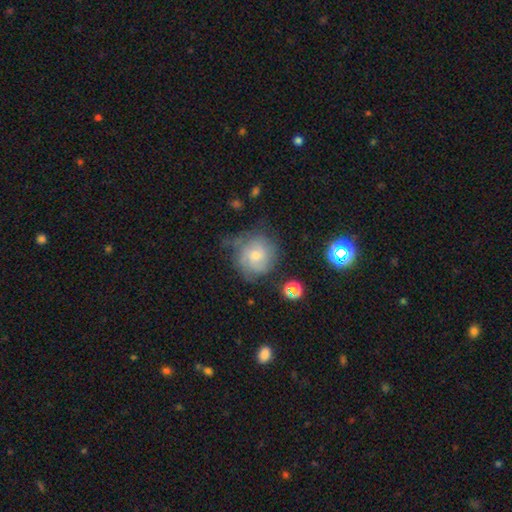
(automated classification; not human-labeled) A featured or disk galaxy (49%).

Vote fractions:
- Smooth or featured? featured or disk: 49% / smooth: 41% / star or artifact: 10%
- Merging? none: 52% / minor disturbance: 27% / major disturbance: 17% / merger: 4%